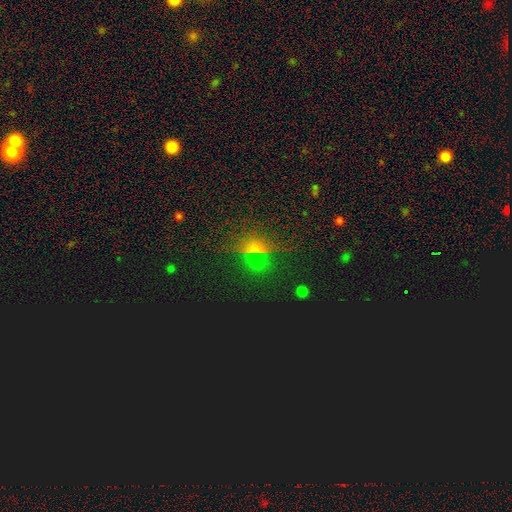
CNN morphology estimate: This appears to be a star or artifact, not a galaxy (52%).